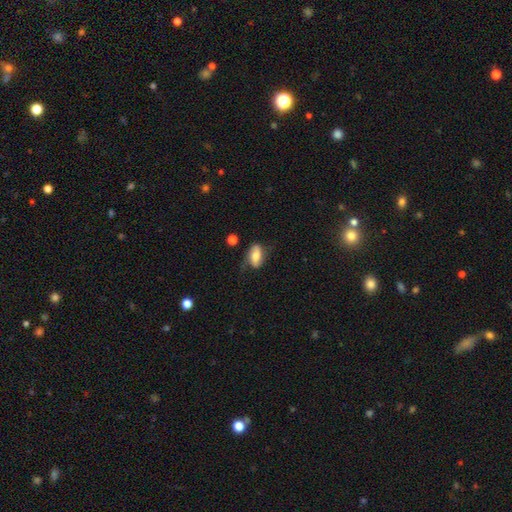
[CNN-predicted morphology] Smooth or featured?
  - smooth: 59% *
  - featured or disk: 34%
  - star or artifact: 8%
How rounded?
  - in between: 87% *
  - cigar-shaped: 7%
  - round: 6%
Merging?
  - none: 58% *
  - minor disturbance: 28%
  - major disturbance: 12%
  - merger: 3%